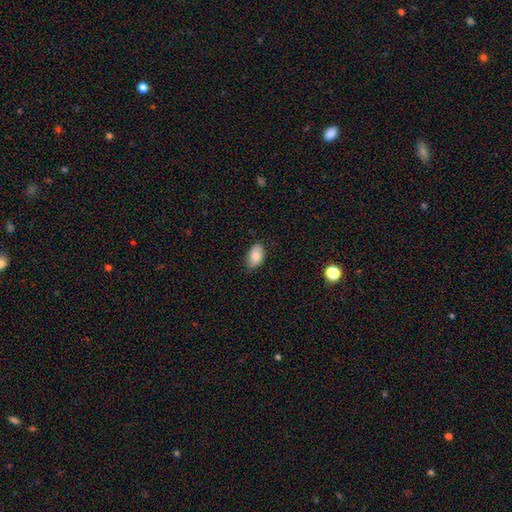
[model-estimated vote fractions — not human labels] smooth 84%, featured or disk 8%, star or artifact 7%. Down the decision tree: how rounded — in between (92%); merging — none (78%).